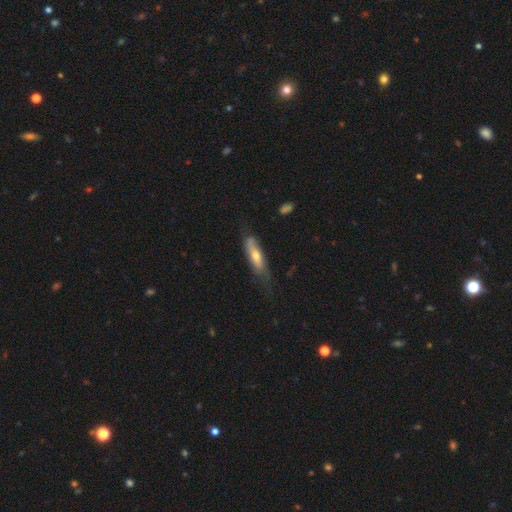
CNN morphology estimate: smooth 54%, featured or disk 40%, star or artifact 6%. Down the decision tree: how rounded — cigar-shaped (63%); merging — none (57%).